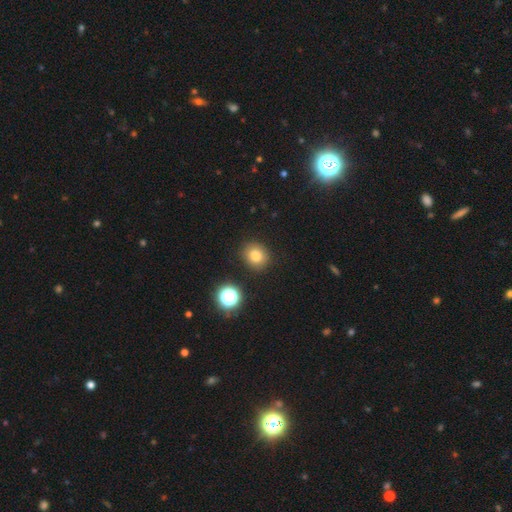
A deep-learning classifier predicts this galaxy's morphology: Smooth or featured?
  - smooth: 80% *
  - star or artifact: 14%
  - featured or disk: 7%
How rounded?
  - round: 79% *
  - in between: 20%
  - cigar-shaped: 1%
Merging?
  - none: 87% *
  - minor disturbance: 8%
  - major disturbance: 2%
  - merger: 2%